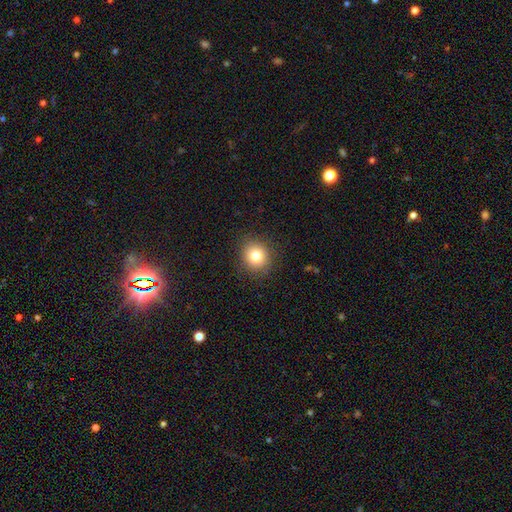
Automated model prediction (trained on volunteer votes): A smooth galaxy with no disk features (80%) that is round (85%). Merging: none (89%).